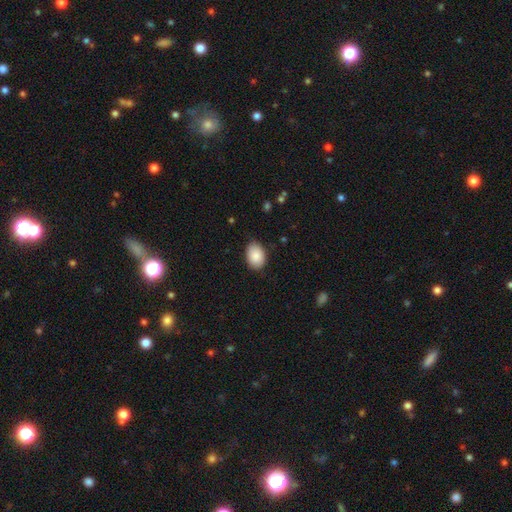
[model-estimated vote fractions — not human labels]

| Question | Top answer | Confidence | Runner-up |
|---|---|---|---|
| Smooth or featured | smooth | 89% | star or artifact (6%) |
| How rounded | in between | 82% | round (17%) |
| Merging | none | 80% | minor disturbance (16%) |